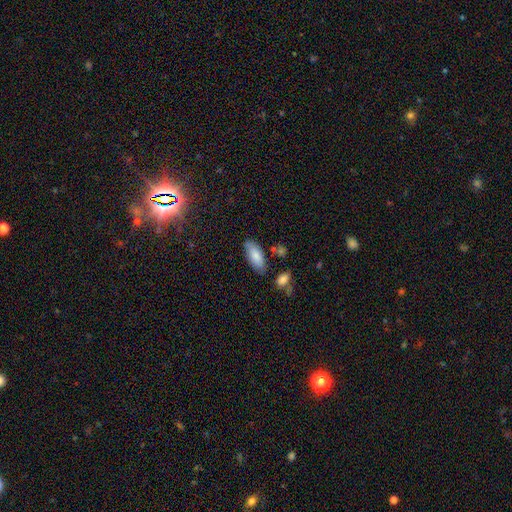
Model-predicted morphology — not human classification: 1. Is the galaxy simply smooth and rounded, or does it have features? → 82% smooth, 11% featured or disk, 6% star or artifact.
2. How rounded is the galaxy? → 84% in between, 14% cigar-shaped, 2% round.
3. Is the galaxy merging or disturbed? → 75% none, 16% minor disturbance, 5% merger, 4% major disturbance.